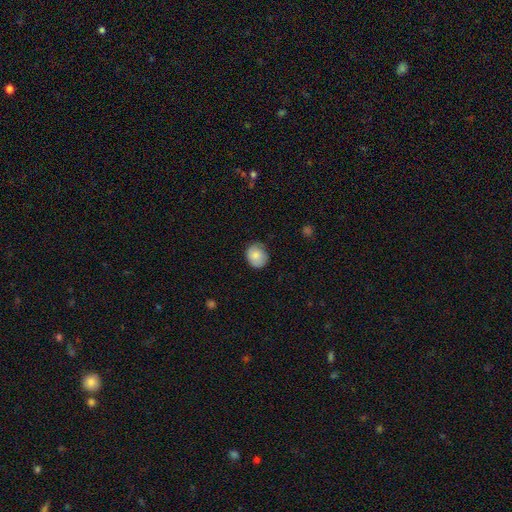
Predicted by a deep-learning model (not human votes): This is likely a smooth galaxy (77%). How rounded: likely round (71%). Merging: likely none (69%).